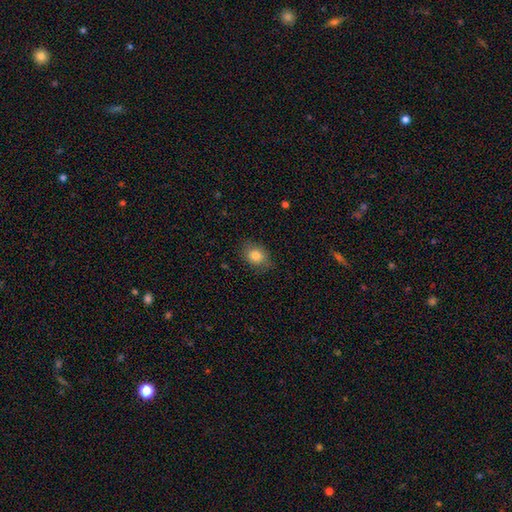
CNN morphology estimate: This appears to be a smooth galaxy with no disk features (82%) that is in between round and cigar-shaped (50%). Merging: none (79%).